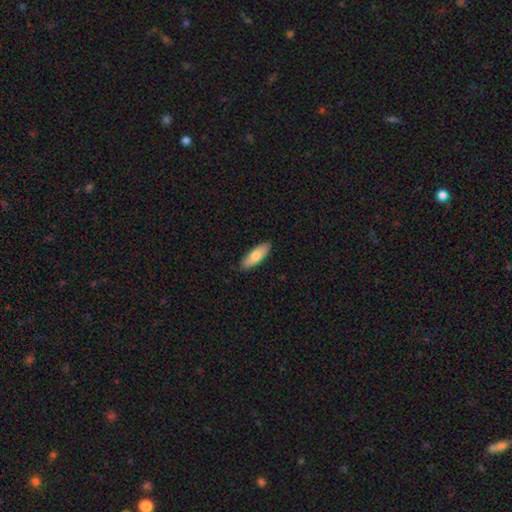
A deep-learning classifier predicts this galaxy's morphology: This appears to be a smooth galaxy with no disk features (75%) that is in between round and cigar-shaped (69%). Merging: none (88%).